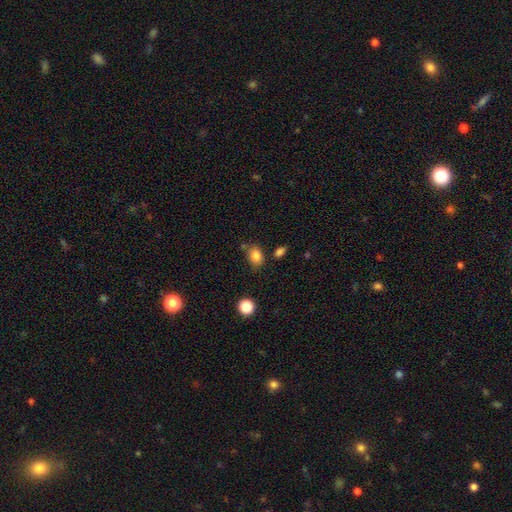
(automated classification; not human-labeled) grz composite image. It shows a smooth galaxy with no disk features (83%) that is in between round and cigar-shaped (69%). Merging: none (72%).